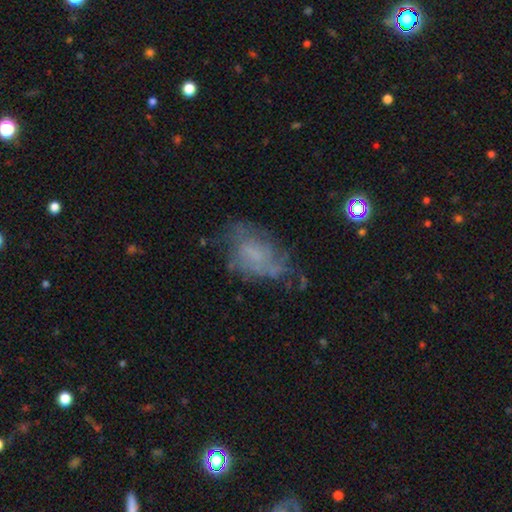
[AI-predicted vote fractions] This appears to be a featured or disk galaxy (51%). Merging: none (49%).